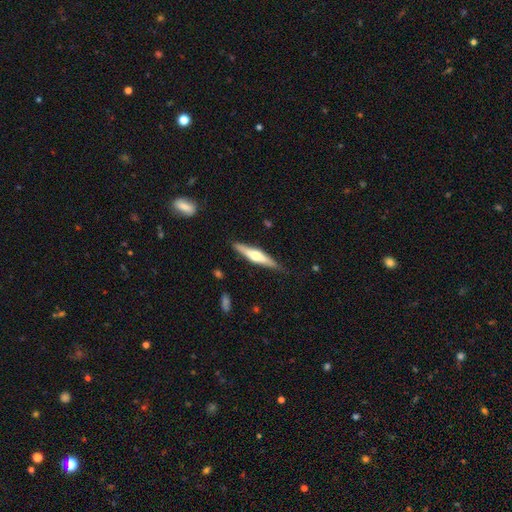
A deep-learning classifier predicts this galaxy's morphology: This is possibly a featured or disk galaxy (60%). It is clearly viewed edge-on (95%). Edge-on bulge: clearly rounded (88%). Merging: clearly none (84%).